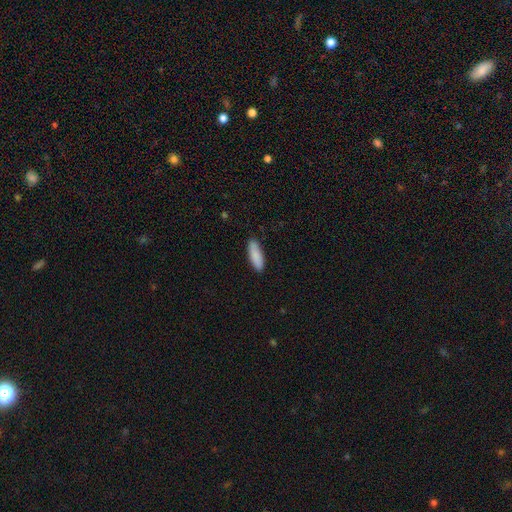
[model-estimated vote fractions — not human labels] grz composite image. It shows a smooth galaxy with no disk features (88%) that is in between round and cigar-shaped (58%). Merging: none (87%).